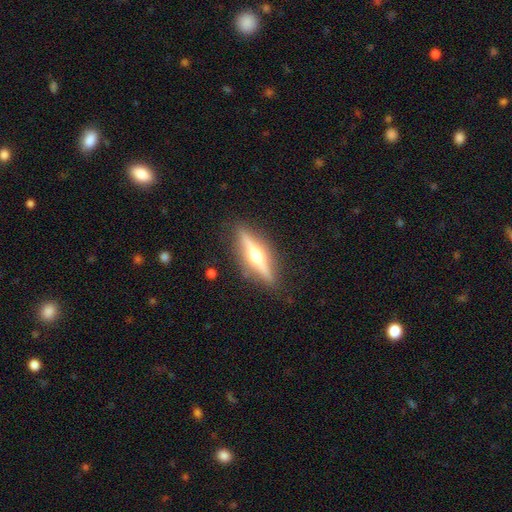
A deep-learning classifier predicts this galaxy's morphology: smooth-or-featured: featured or disk: 76% | smooth: 18% | star or artifact: 5%
  disk-edge-on: yes: 97% | no: 3%
    edge-on-bulge: rounded: 95% | boxy: 3% | none: 2%
  merging: none: 89% | minor disturbance: 8% | major disturbance: 2% | merger: 1%